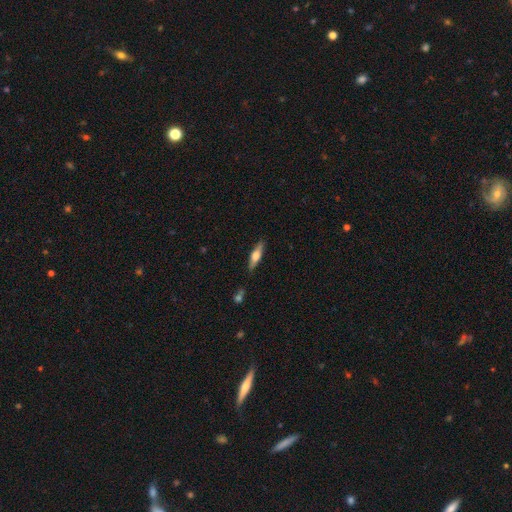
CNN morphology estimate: smooth_or_featured: featured or disk (p=0.48) [alt: smooth p=0.46]
merging: none (p=0.85) [alt: minor disturbance p=0.11]